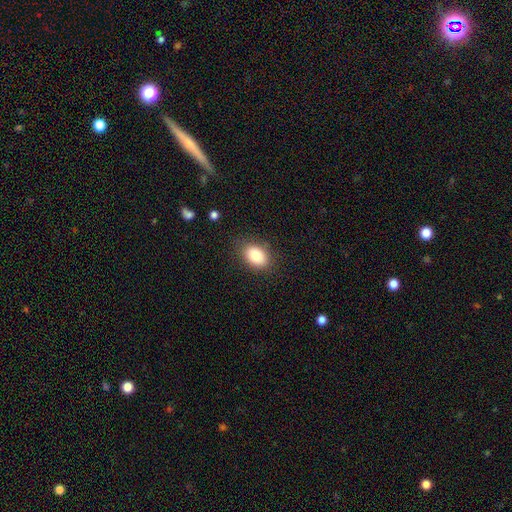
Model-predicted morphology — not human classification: smooth_or_featured: smooth (p=0.84) [alt: star or artifact p=0.08]
how_rounded: in between (p=0.83) [alt: round p=0.16]
merging: none (p=0.83) [alt: minor disturbance p=0.12]